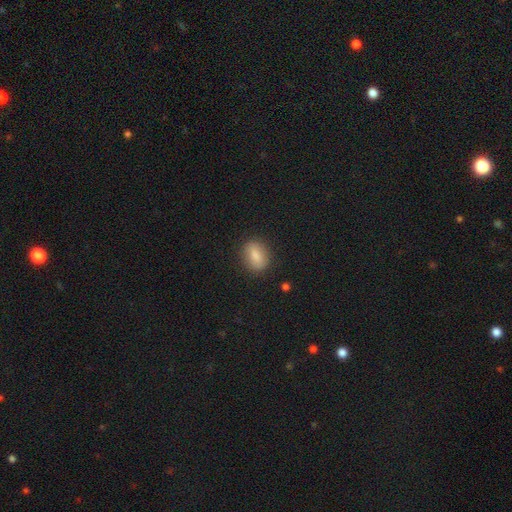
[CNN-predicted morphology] Overall: smooth (82%). How rounded: in between (70%). Merging: none (83%).